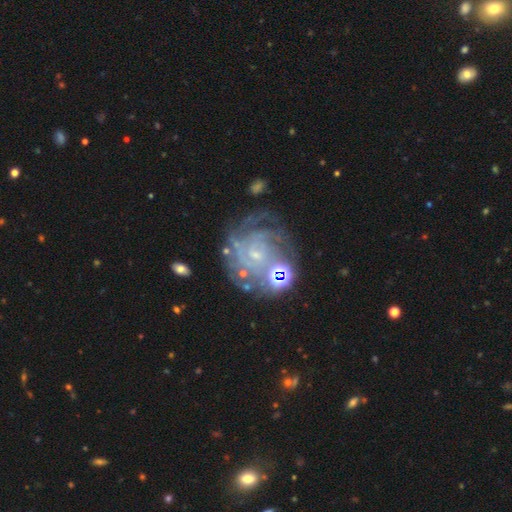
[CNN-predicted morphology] Smooth or featured? Predicted: featured or disk (p=0.82). Edge-on disk? Predicted: no (p=0.98). Bar? Predicted: no (p=0.67). Spiral arms? Predicted: yes (p=0.92). Spiral winding? Predicted: tight (p=0.67). Spiral arm count? Predicted: can't tell (p=0.38). Bulge size? Predicted: small (p=0.76). Merging? Predicted: none (p=0.59).